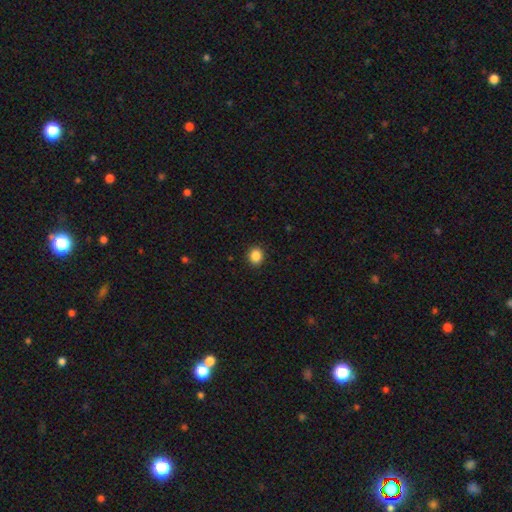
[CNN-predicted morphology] smooth 87%, star or artifact 10%, featured or disk 3%. Down the decision tree: how rounded — round (72%); merging — none (91%).